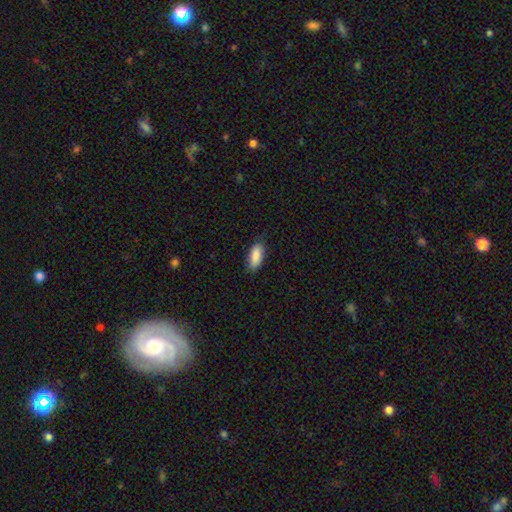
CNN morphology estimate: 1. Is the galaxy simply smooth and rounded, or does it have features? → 87% smooth, 7% featured or disk, 6% star or artifact.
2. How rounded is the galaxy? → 83% in between, 15% cigar-shaped, 2% round.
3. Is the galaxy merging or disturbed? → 81% none, 15% minor disturbance, 3% major disturbance, 1% merger.